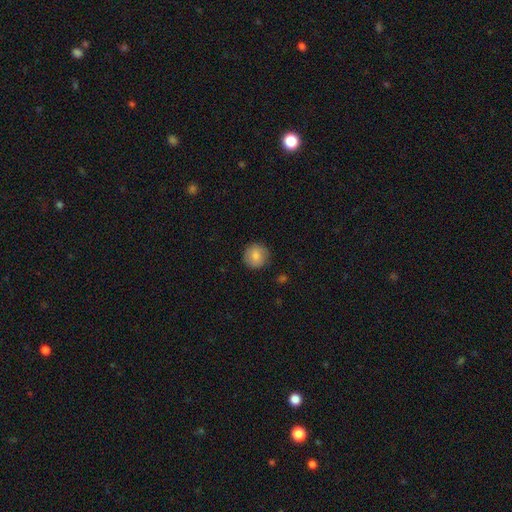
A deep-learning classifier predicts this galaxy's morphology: Smooth or featured: smooth — 81% (featured or disk — 12%)
How rounded: round — 94% (in between — 5%)
Merging: none — 86% (minor disturbance — 10%)